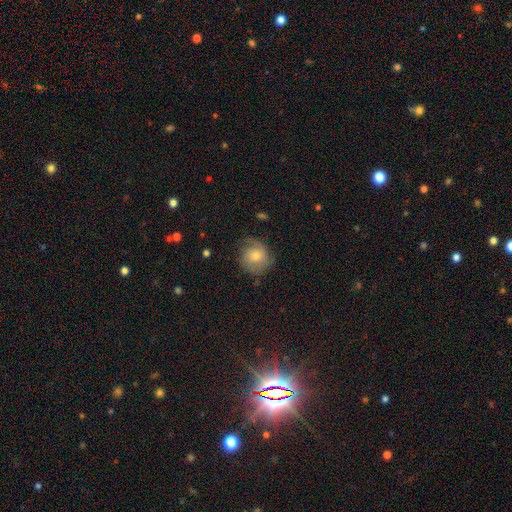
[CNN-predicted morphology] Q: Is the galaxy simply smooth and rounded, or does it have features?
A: smooth — 52%.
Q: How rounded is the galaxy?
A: round — 83%.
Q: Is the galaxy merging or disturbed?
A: none — 65%.